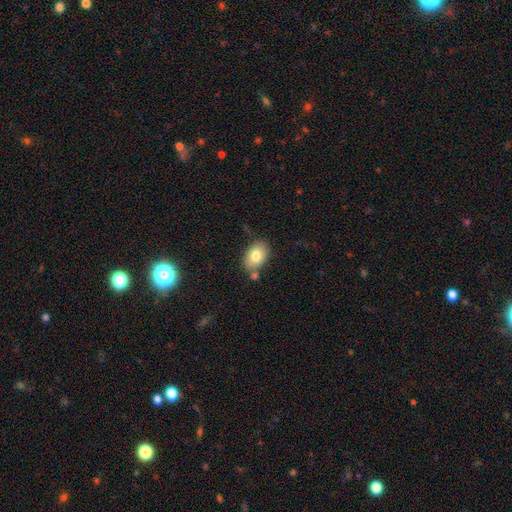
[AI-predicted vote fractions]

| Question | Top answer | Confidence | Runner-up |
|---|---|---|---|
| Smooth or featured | smooth | 79% | featured or disk (14%) |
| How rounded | in between | 82% | round (17%) |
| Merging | none | 72% | minor disturbance (15%) |